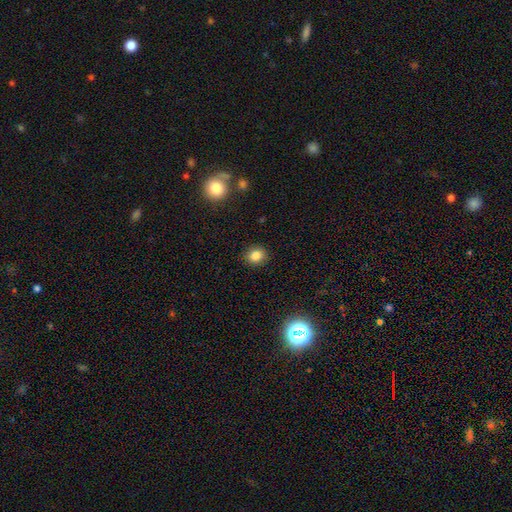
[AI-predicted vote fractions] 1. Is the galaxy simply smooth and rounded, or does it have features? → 83% smooth, 11% star or artifact, 6% featured or disk.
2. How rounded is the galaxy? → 78% round, 21% in between, 1% cigar-shaped.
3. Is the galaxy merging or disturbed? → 90% none, 7% minor disturbance, 2% major disturbance, 1% merger.